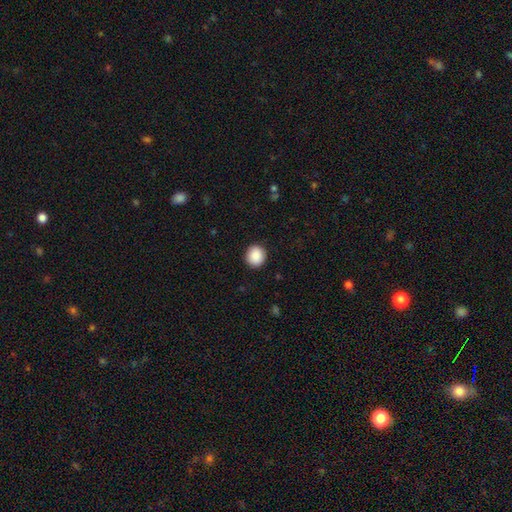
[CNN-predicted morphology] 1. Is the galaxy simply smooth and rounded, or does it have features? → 90% smooth, 8% star or artifact, 3% featured or disk.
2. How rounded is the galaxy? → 88% round, 11% in between, 1% cigar-shaped.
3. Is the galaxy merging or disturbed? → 91% none, 6% minor disturbance, 2% major disturbance, 1% merger.